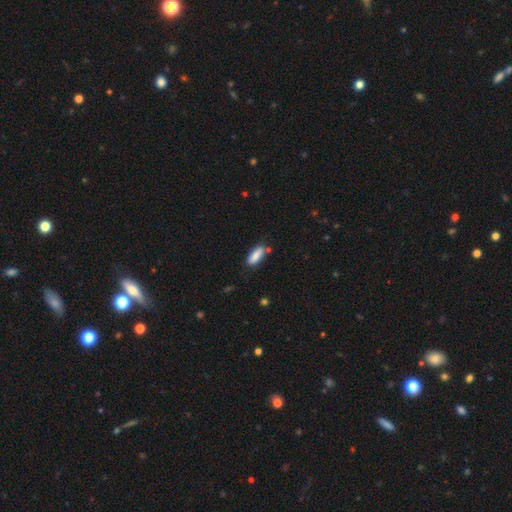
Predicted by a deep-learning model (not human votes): Smooth or featured?
  - smooth: 85% *
  - featured or disk: 9%
  - star or artifact: 7%
How rounded?
  - in between: 70% *
  - cigar-shaped: 28%
  - round: 2%
Merging?
  - none: 73% *
  - minor disturbance: 17%
  - merger: 6%
  - major disturbance: 3%